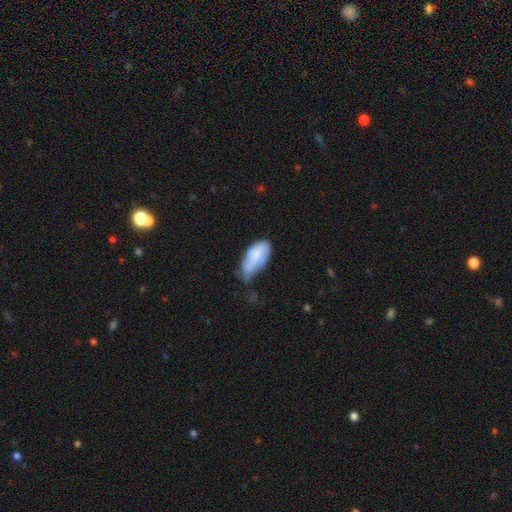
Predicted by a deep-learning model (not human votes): A smooth galaxy with no disk features (69%) that is in between round and cigar-shaped (91%). Merging: minor disturbance (44%).